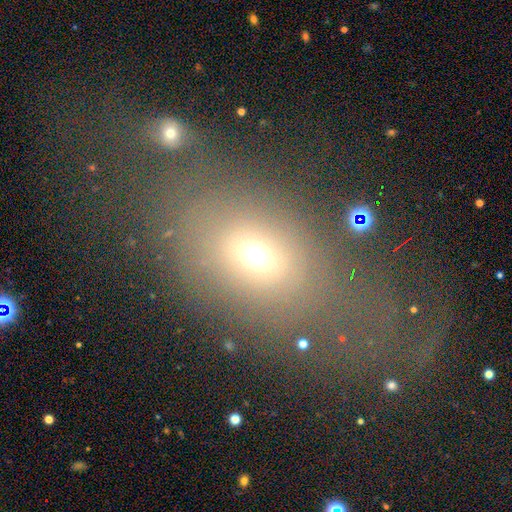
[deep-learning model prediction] smooth-or-featured: smooth: 59% | featured or disk: 20% | star or artifact: 20%
  how-rounded: in between: 66% | round: 31% | cigar-shaped: 3%
  merging: none: 44% | major disturbance: 30% | minor disturbance: 16% | merger: 11%